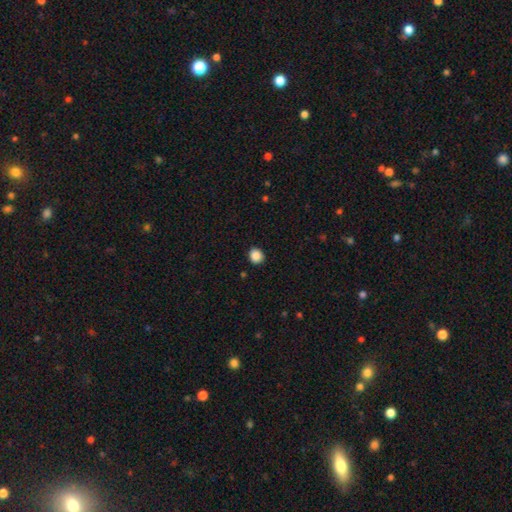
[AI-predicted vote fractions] smooth_or_featured: smooth (p=0.88) [alt: star or artifact p=0.09]
how_rounded: round (p=0.75) [alt: in between p=0.25]
merging: none (p=0.90) [alt: minor disturbance p=0.07]